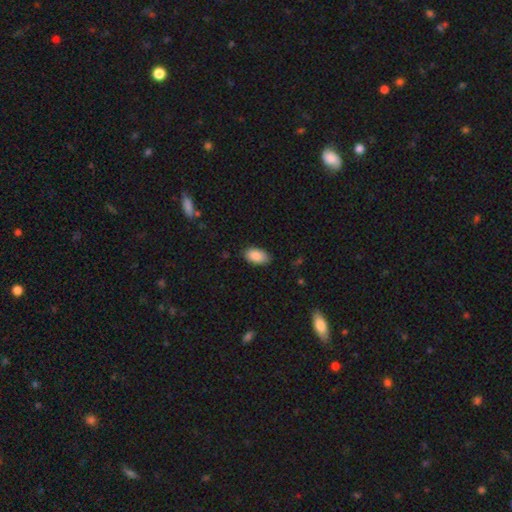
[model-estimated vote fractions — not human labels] Smooth or featured?
  - smooth: 87% *
  - star or artifact: 7%
  - featured or disk: 6%
How rounded?
  - in between: 94% *
  - round: 4%
  - cigar-shaped: 2%
Merging?
  - none: 84% *
  - minor disturbance: 12%
  - major disturbance: 2%
  - merger: 1%